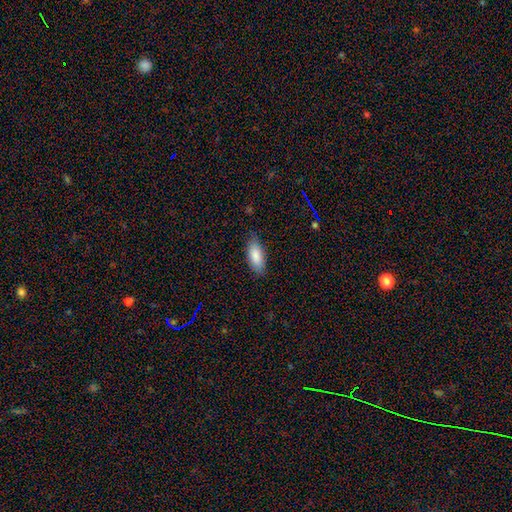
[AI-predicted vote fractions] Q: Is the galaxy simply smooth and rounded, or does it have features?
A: smooth — 85%.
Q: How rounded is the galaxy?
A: in between — 82%.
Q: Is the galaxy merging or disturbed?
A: none — 80%.